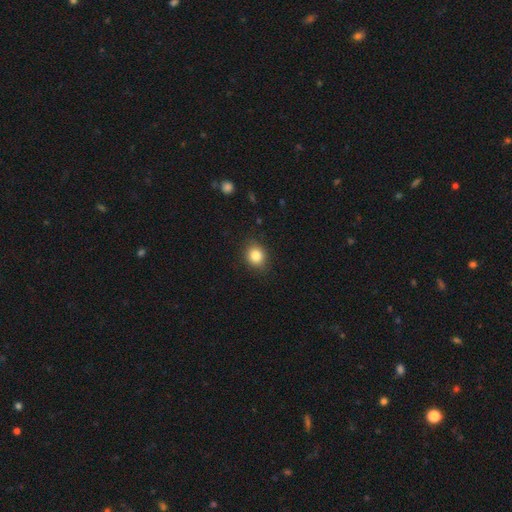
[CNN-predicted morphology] Overall: smooth (83%). How rounded: round (58%; in between 41%). Merging: none (86%).